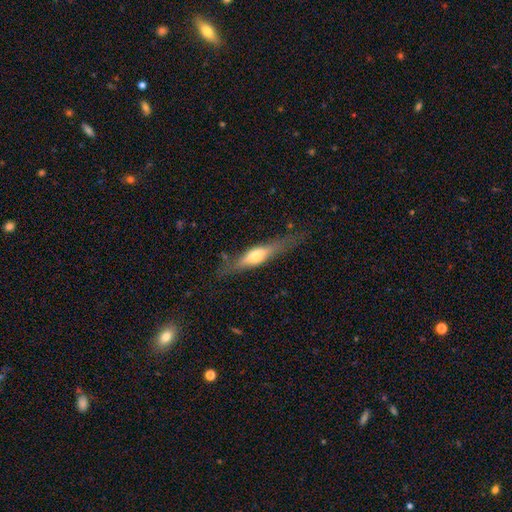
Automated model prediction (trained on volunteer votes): Smooth or featured?
  - featured or disk: 54% *
  - smooth: 40%
  - star or artifact: 6%
Edge-on disk?
  - yes: 89% *
  - no: 11%
Merging?
  - none: 72% *
  - minor disturbance: 18%
  - major disturbance: 7%
  - merger: 2%